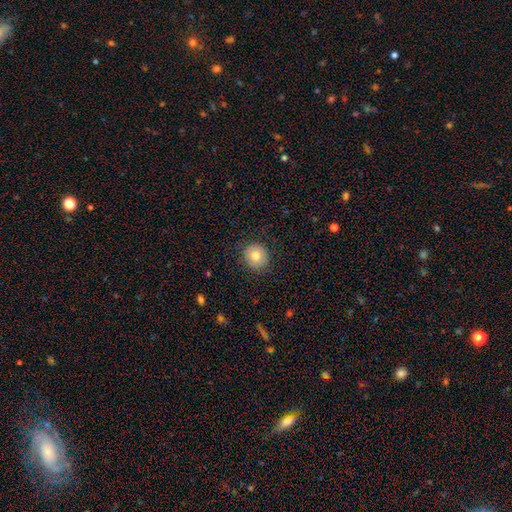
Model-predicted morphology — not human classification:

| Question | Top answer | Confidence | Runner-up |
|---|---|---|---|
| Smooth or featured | smooth | 80% | featured or disk (10%) |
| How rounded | round | 88% | in between (11%) |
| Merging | none | 88% | minor disturbance (9%) |